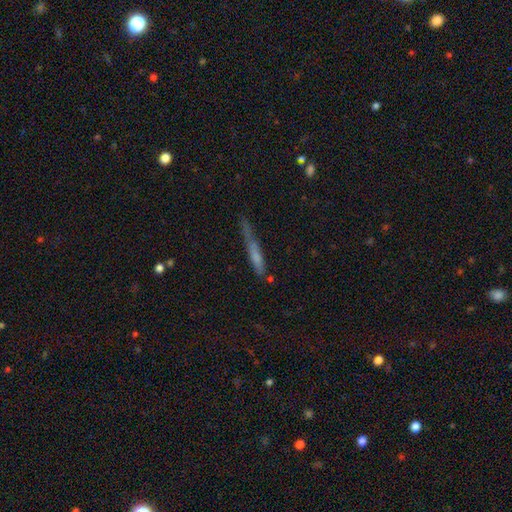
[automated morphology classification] Overall: smooth (56%; featured or disk 34%). How rounded: cigar-shaped (92%). Merging: none (48%; minor disturbance 29%).